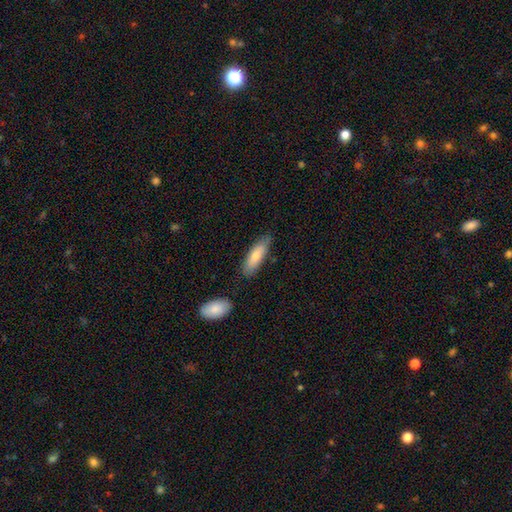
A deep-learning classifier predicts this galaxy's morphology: Smooth or featured: smooth — 80% (featured or disk — 15%)
How rounded: cigar-shaped — 49% (tied with in between — 49%)
Merging: none — 76% (minor disturbance — 17%)